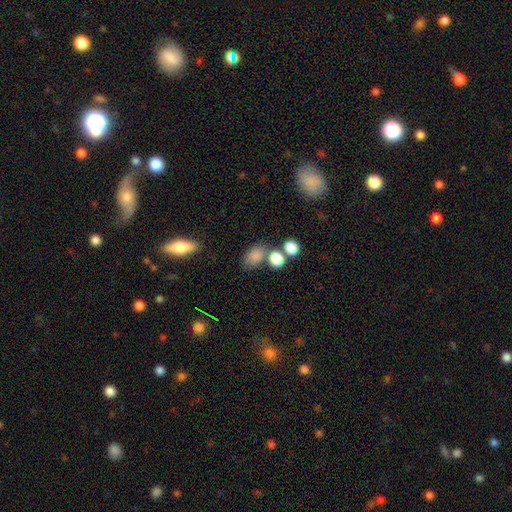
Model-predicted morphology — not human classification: type=smooth (82%); roundness=in between (76%); merging=none (53%).